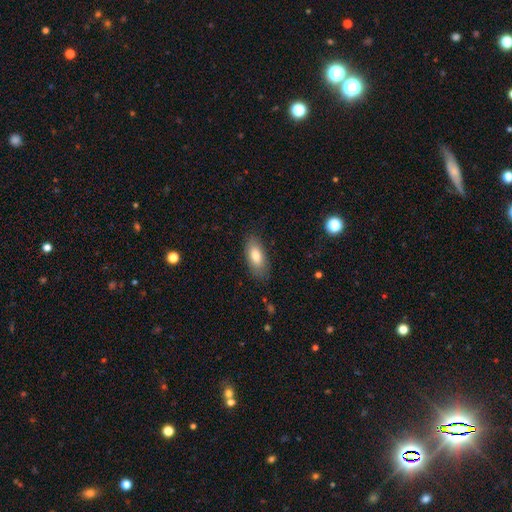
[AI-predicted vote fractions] A smooth galaxy with no disk features (80%) that is in between round and cigar-shaped (86%). Merging: none (83%).